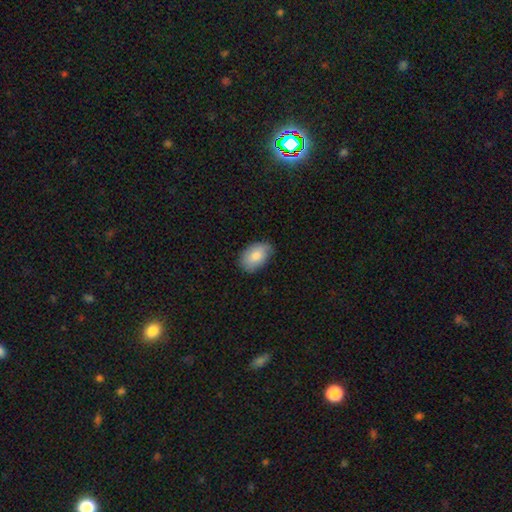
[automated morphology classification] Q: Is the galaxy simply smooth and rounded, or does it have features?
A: smooth — 82%.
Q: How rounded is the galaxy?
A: in between — 90%.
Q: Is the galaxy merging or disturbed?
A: none — 75%.